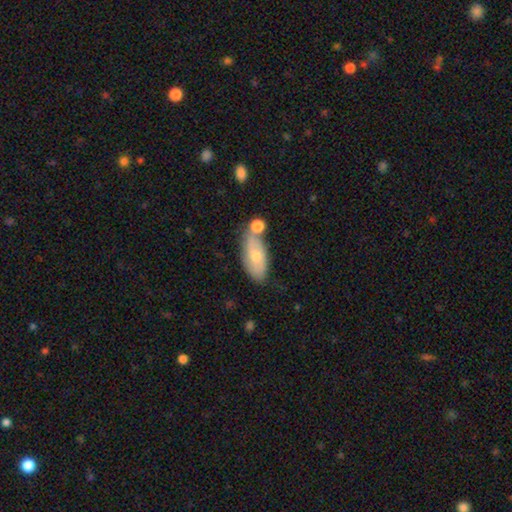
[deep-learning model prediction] smooth 60%, featured or disk 34%, star or artifact 7%. Down the decision tree: how rounded — in between (87%); merging — none (52%).